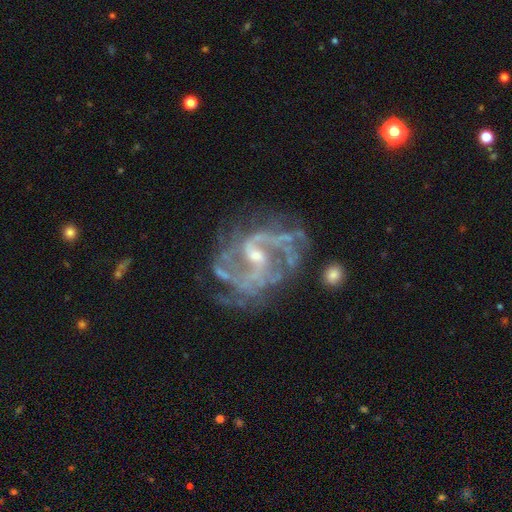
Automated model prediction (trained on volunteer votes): Smooth or featured?
  - featured or disk: 89% *
  - star or artifact: 7%
  - smooth: 4%
Edge-on disk?
  - no: 98% *
  - yes: 2%
Bar?
  - weak: 50% *
  - strong: 27%
  - no: 23%
Spiral arms?
  - yes: 94% *
  - no: 6%
Spiral winding?
  - medium: 48% *
  - tight: 27%
  - loose: 25%
Spiral arm count?
  - 2: 49% *
  - can't tell: 20%
  - 3: 14%
  - 4: 7%
  - 1: 5%
  - more than 4: 5%
Bulge size?
  - small: 59% *
  - moderate: 34%
  - none: 4%
  - large: 2%
  - dominant: 1%
Merging?
  - none: 63% *
  - minor disturbance: 19%
  - major disturbance: 15%
  - merger: 3%